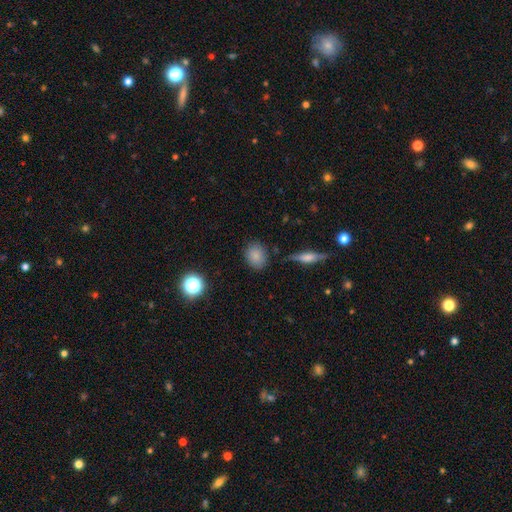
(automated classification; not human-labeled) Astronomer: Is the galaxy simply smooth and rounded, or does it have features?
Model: smooth — 83%.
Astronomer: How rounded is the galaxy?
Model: round — 54% (runner-up: in between, 44%).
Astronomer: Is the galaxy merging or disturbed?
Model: none — 82%.